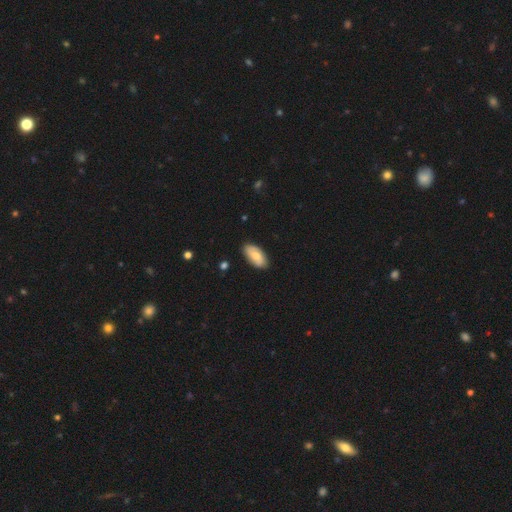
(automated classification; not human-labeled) Smooth or featured: smooth — 70% (featured or disk — 24%)
How rounded: in between — 93% (cigar-shaped — 5%)
Merging: none — 86% (minor disturbance — 11%)